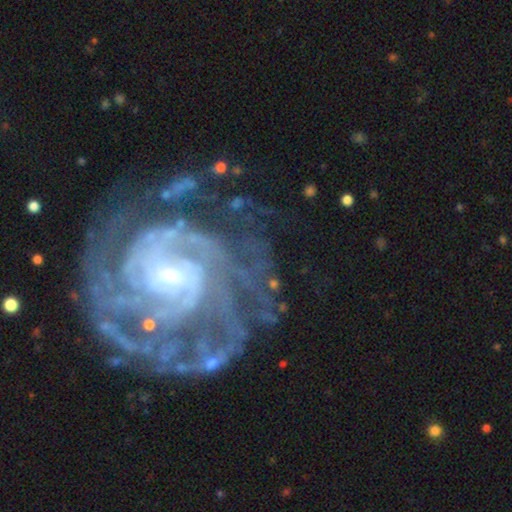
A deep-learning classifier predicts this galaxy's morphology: This is clearly a featured or disk galaxy (90%). It is clearly not viewed edge-on (98%). Bar: possibly no (48%). Spiral arm pattern: clearly yes (97%). Spiral arm count: marginally can't tell (27%). Spiral winding: likely tight (71%). Central bulge: likely small (78%). Merging: likely none (68%).